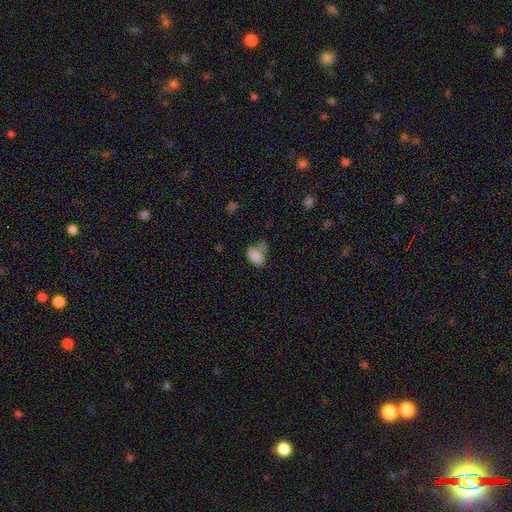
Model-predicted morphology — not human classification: This appears to be a smooth galaxy with no disk features (82%) that is in between round and cigar-shaped (88%). Merging: none (43%).